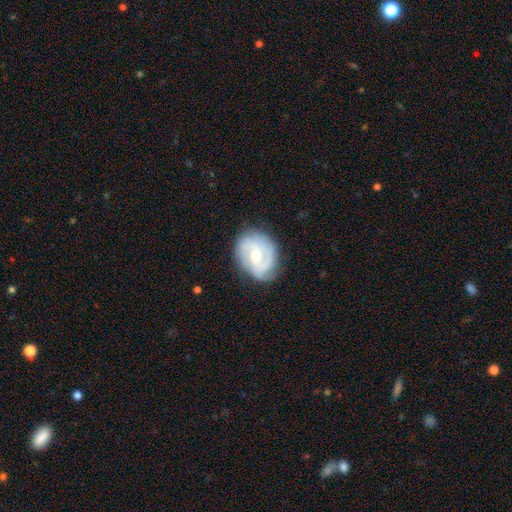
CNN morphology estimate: Smooth or featured? Predicted: featured or disk (p=0.76). Edge-on disk? Predicted: no (p=0.97). Bar? Predicted: weak (p=0.47). Spiral arms? Predicted: yes (p=0.92). Spiral winding? Predicted: tight (p=0.49). Spiral arm count? Predicted: 2 (p=0.44). Bulge size? Predicted: moderate (p=0.62). Merging? Predicted: none (p=0.75).